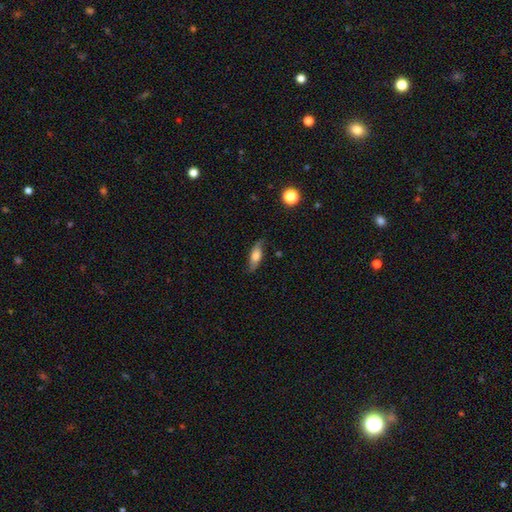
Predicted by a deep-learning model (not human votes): The model was most divided on "smooth or featured": smooth: 58%, featured or disk: 35%, star or artifact: 8%. More confident: merging — none (75%); how rounded — in between (67%).